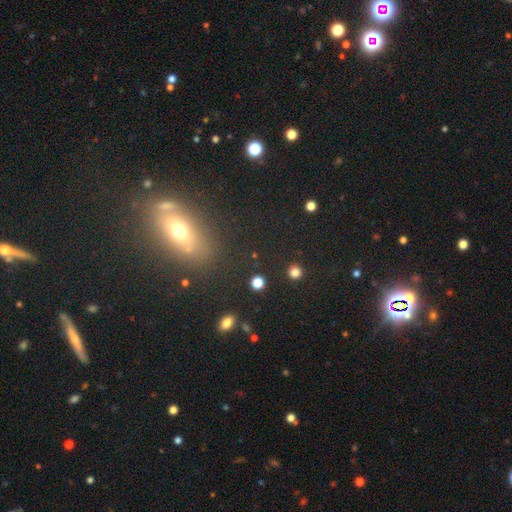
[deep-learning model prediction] This is marginally a smooth galaxy (43%). Merging: likely none (77%).